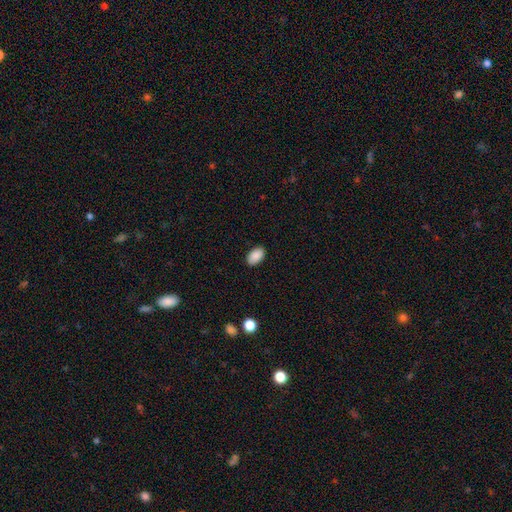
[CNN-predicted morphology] This appears to be a smooth galaxy with no disk features (90%) that is in between round and cigar-shaped (92%). Merging: none (89%).